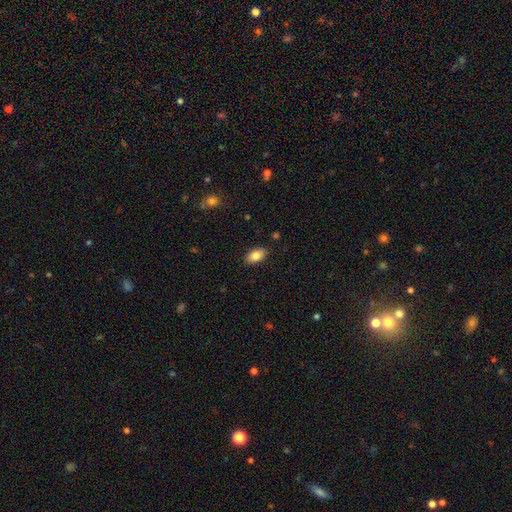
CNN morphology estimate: type=smooth (84%); roundness=in between (92%); merging=none (88%).